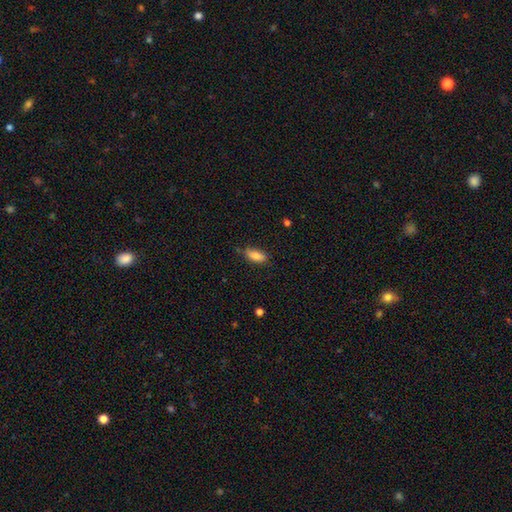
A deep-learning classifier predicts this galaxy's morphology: smooth 84%, featured or disk 9%, star or artifact 7%. Down the decision tree: how rounded — in between (83%); merging — none (79%).